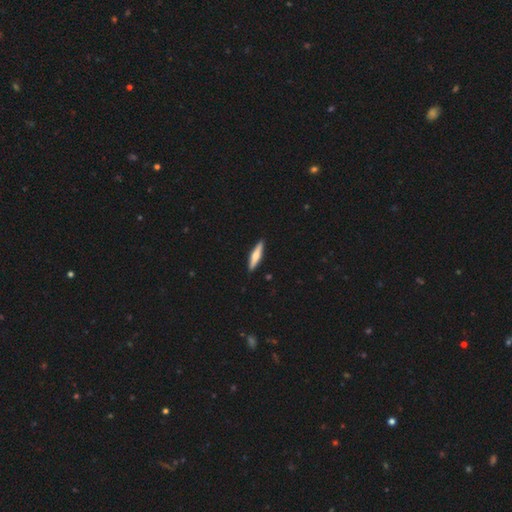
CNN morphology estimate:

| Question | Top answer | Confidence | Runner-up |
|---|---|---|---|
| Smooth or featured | smooth | 53% | featured or disk (42%) |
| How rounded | cigar-shaped | 82% | in between (17%) |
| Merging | none | 91% | minor disturbance (7%) |